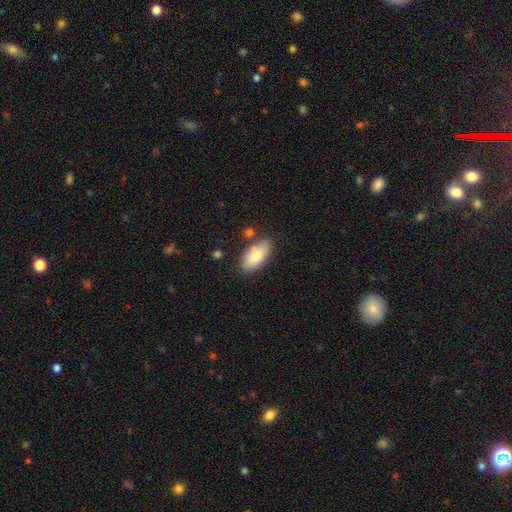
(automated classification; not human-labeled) Smooth or featured? Predicted: smooth (p=0.81). How rounded? Predicted: in between (p=0.92). Merging? Predicted: none (p=0.78).